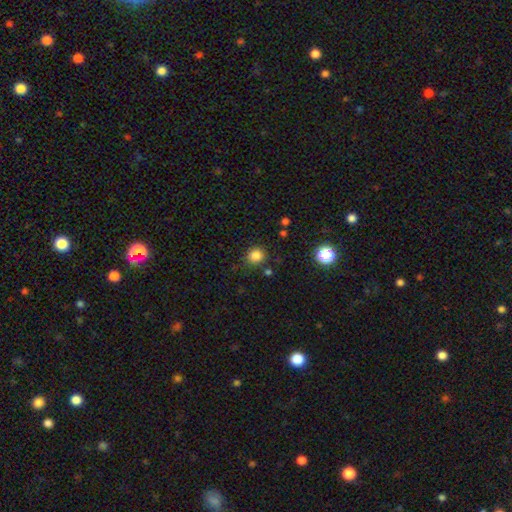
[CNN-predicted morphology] This appears to be a smooth galaxy with no disk features (83%) that is round (86%). Merging: none (83%).